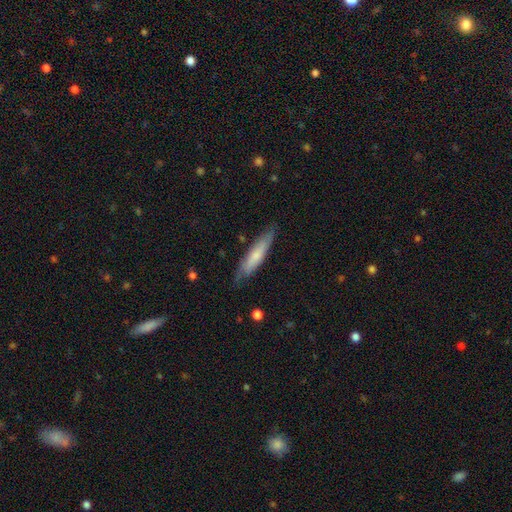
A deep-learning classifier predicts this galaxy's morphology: Smooth or featured? Predicted: smooth (p=0.61). How rounded? Predicted: cigar-shaped (p=0.81). Merging? Predicted: none (p=0.78).